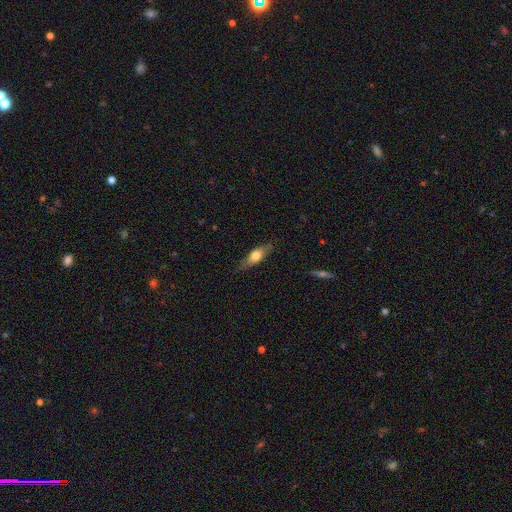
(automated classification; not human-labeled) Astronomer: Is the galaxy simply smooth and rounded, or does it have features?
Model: smooth — 57% (runner-up: featured or disk, 37%).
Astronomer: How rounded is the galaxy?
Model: in between — 52% (runner-up: cigar-shaped, 44%).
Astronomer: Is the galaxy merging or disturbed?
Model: none — 79%.